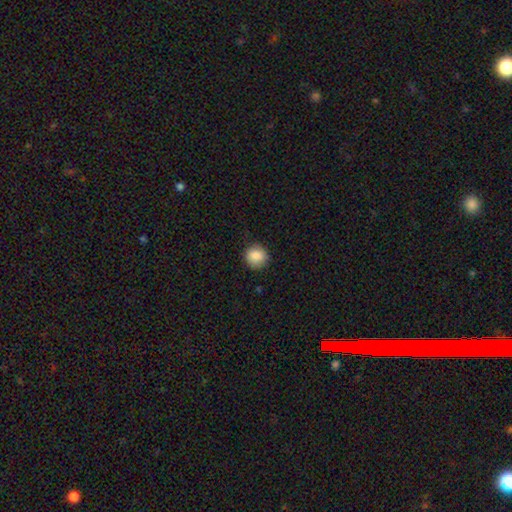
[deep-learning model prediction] This appears to be a smooth galaxy with no disk features (87%) that is round (91%). Merging: none (88%).